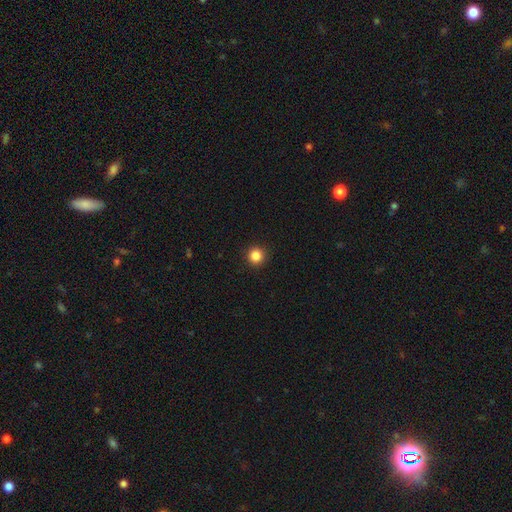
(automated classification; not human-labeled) A smooth galaxy with no disk features (85%) that is round (95%).

Vote fractions:
- Smooth or featured? smooth: 85% / star or artifact: 11% / featured or disk: 3%
- How rounded? round: 95% / in between: 4% / cigar-shaped: 1%
- Merging? none: 93% / minor disturbance: 5% / major disturbance: 2% / merger: 1%